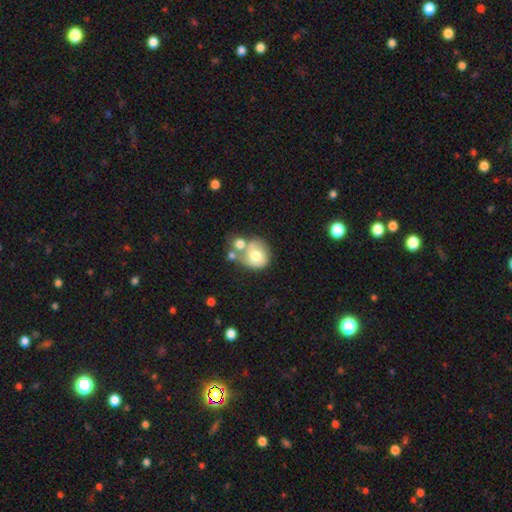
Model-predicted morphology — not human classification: smooth_or_featured: smooth (p=0.61) [alt: featured or disk p=0.31]
how_rounded: round (p=0.73) [alt: in between p=0.27]
merging: merger (p=0.46) [alt: none p=0.29]